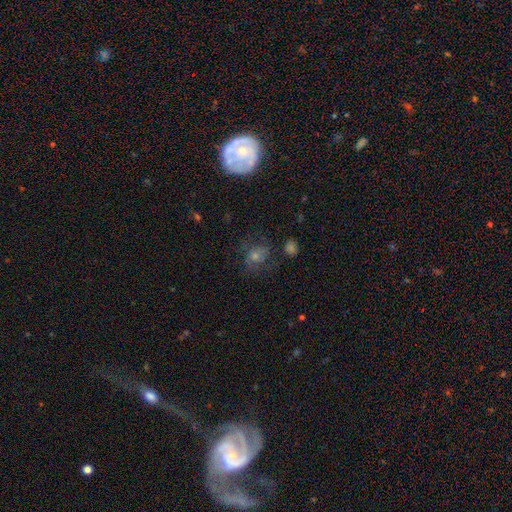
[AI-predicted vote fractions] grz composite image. It shows a featured or disk galaxy (45%). Merging: none (66%).